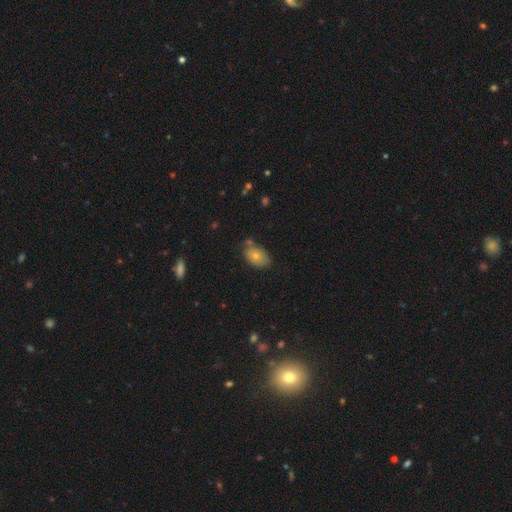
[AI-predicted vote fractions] Smooth or featured? Predicted: smooth (p=0.76). How rounded? Predicted: in between (p=0.87). Merging? Predicted: none (p=0.62).